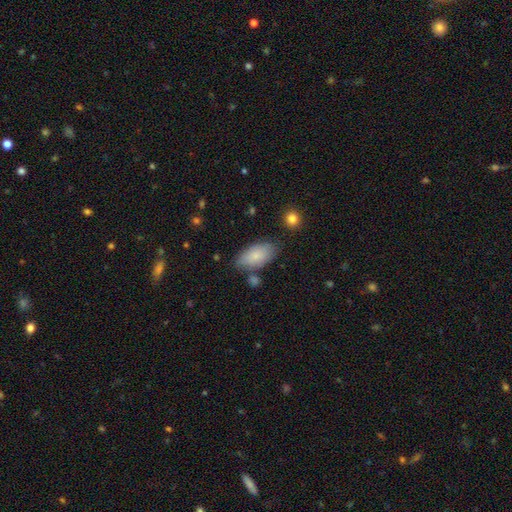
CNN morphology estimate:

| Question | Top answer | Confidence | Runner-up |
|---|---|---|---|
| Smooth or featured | smooth | 82% | featured or disk (11%) |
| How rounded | in between | 92% | cigar-shaped (6%) |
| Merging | none | 73% | minor disturbance (17%) |